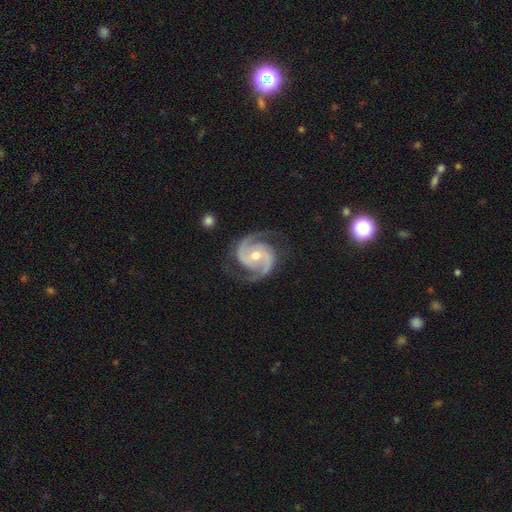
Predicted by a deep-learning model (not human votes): Smooth or featured? Predicted: featured or disk (p=0.93). Edge-on disk? Predicted: no (p=0.98). Bar? Predicted: no (p=0.54). Spiral arms? Predicted: yes (p=0.99). Spiral winding? Predicted: medium (p=0.54). Spiral arm count? Predicted: 2 (p=0.92). Bulge size? Predicted: moderate (p=0.61). Merging? Predicted: none (p=0.82).